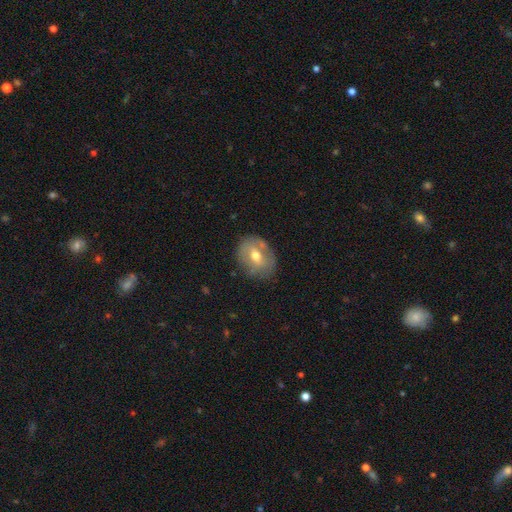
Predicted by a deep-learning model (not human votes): Q: Smooth or featured?
A: smooth (51%); runner-up: featured or disk (41%)
Q: How rounded?
A: in between (54%); runner-up: round (45%)
Q: Merging?
A: none (69%); runner-up: minor disturbance (21%)